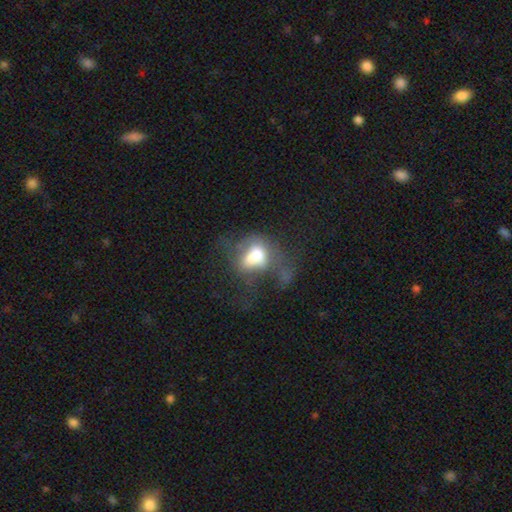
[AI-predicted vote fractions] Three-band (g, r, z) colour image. It shows a smooth galaxy with no disk features (51%) that is in between round and cigar-shaped (68%). Merging: major disturbance (48%).